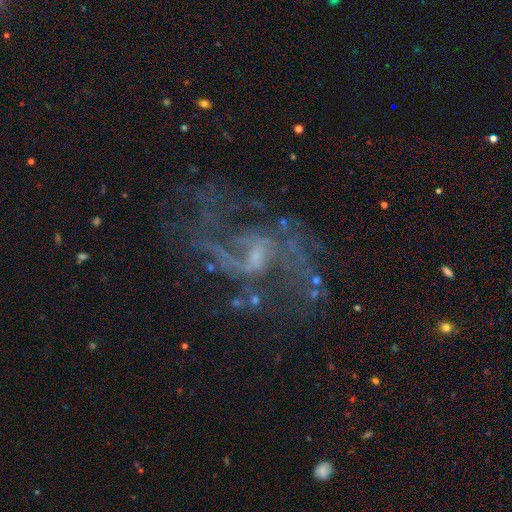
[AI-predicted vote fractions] Morphology: type=featured or disk (79%); edge-on=no (97%); bar=weak (50%); spiral arms=yes (77%); winding=loose (58%); arm count=2 (60%); bulge=small (54%); merging=none (45%).